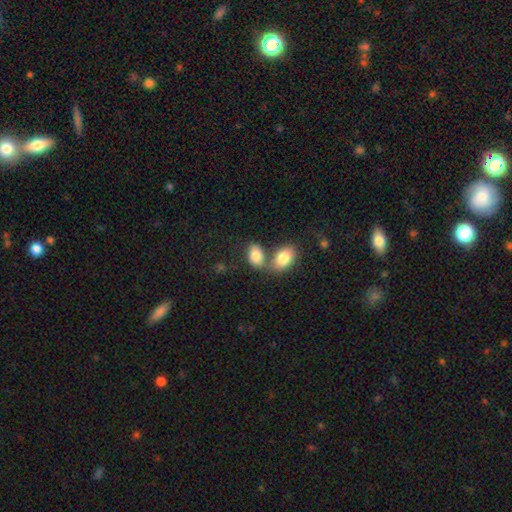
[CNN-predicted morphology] Smooth or featured?
  - smooth: 82% *
  - featured or disk: 11%
  - star or artifact: 7%
How rounded?
  - in between: 88% *
  - round: 10%
  - cigar-shaped: 2%
Merging?
  - merger: 57% *
  - none: 29%
  - minor disturbance: 9%
  - major disturbance: 5%